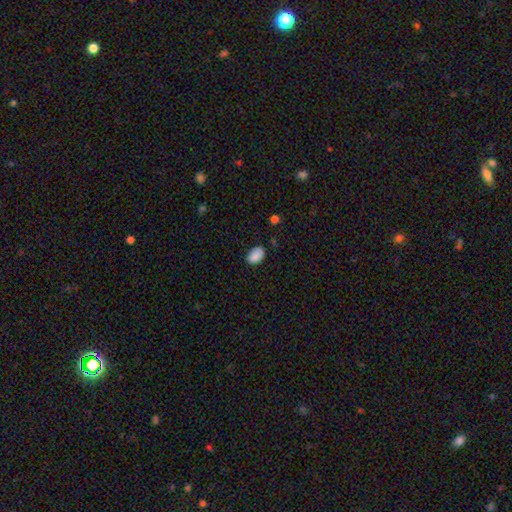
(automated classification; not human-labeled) smooth-or-featured: smooth: 88% | star or artifact: 8% | featured or disk: 4%
  how-rounded: in between: 91% | round: 8% | cigar-shaped: 1%
  merging: none: 77% | minor disturbance: 18% | major disturbance: 3% | merger: 1%